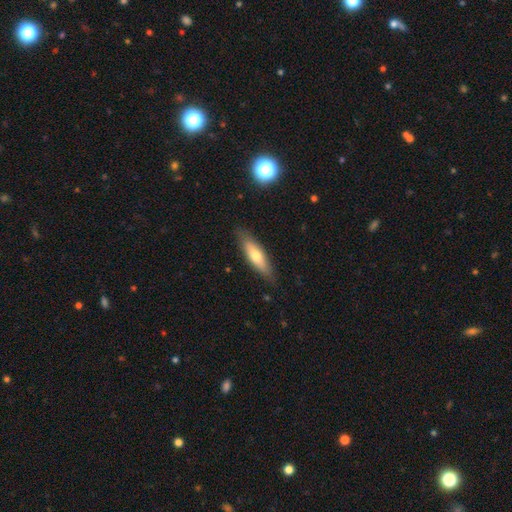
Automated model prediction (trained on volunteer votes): smooth 64%, featured or disk 30%, star or artifact 6%. Down the decision tree: how rounded — cigar-shaped (56%); merging — none (84%).